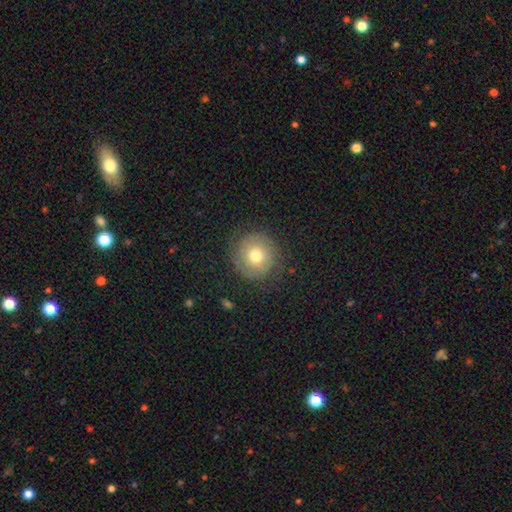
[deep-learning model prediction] Smooth or featured? smooth (59%)
How rounded? round (93%)
Merging? none (79%)